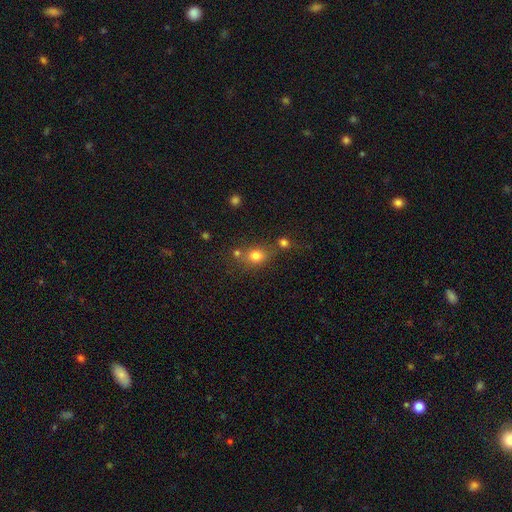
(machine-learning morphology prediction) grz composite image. It shows a smooth galaxy with no disk features (77%) that is round (64%). Merging: none (57%).